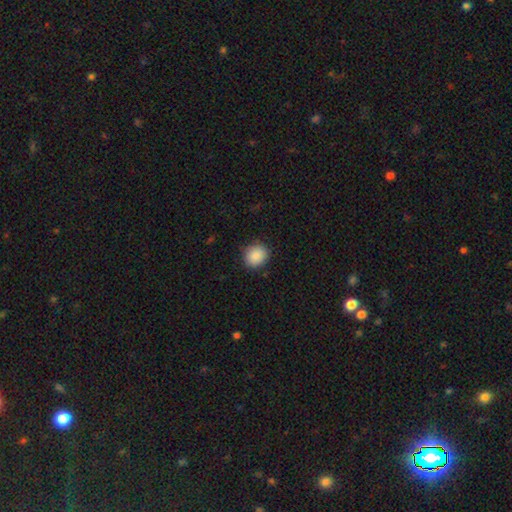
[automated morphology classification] A smooth galaxy with no disk features (89%) that is round (76%).

Vote fractions:
- Smooth or featured? smooth: 89% / star or artifact: 8% / featured or disk: 3%
- How rounded? round: 76% / in between: 23% / cigar-shaped: 1%
- Merging? none: 86% / minor disturbance: 11% / major disturbance: 3% / merger: 1%